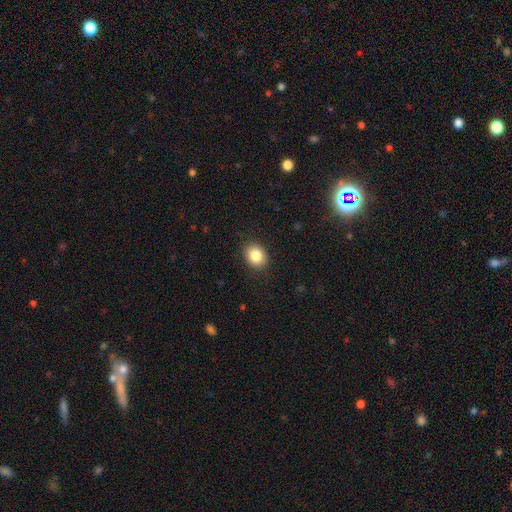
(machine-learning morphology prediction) Smooth or featured?
  - smooth: 85% *
  - star or artifact: 9%
  - featured or disk: 6%
How rounded?
  - round: 50% *
  - in between: 49%
  - cigar-shaped: 1%
Merging?
  - none: 88% *
  - minor disturbance: 9%
  - major disturbance: 2%
  - merger: 1%